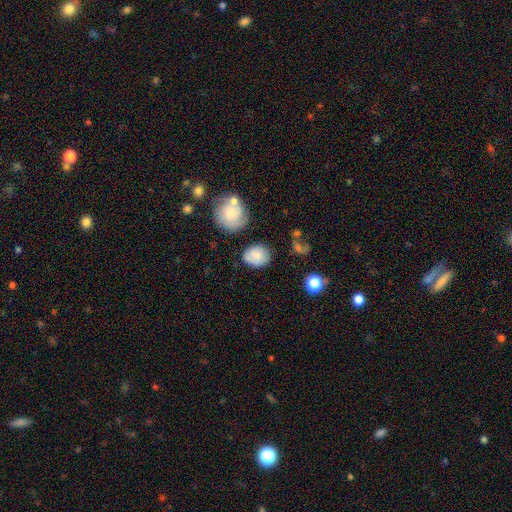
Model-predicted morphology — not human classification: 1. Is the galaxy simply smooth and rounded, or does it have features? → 80% smooth, 12% featured or disk, 8% star or artifact.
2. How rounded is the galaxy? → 52% round, 47% in between, 1% cigar-shaped.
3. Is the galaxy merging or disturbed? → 72% none, 18% minor disturbance, 5% merger, 5% major disturbance.